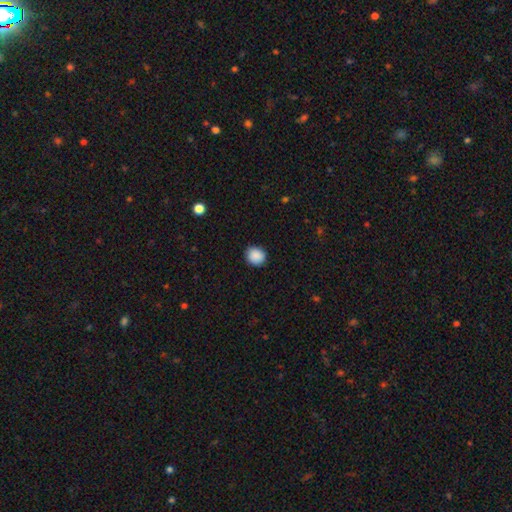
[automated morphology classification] Smooth or featured? smooth (89%)
How rounded? round (84%)
Merging? none (90%)